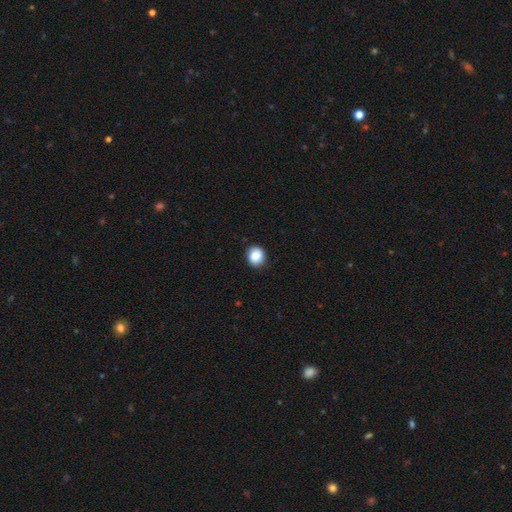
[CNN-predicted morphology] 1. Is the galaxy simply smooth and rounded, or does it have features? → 87% smooth, 9% star or artifact, 4% featured or disk.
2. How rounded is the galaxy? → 81% round, 18% in between, 1% cigar-shaped.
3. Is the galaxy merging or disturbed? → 87% none, 10% minor disturbance, 2% major disturbance, 1% merger.